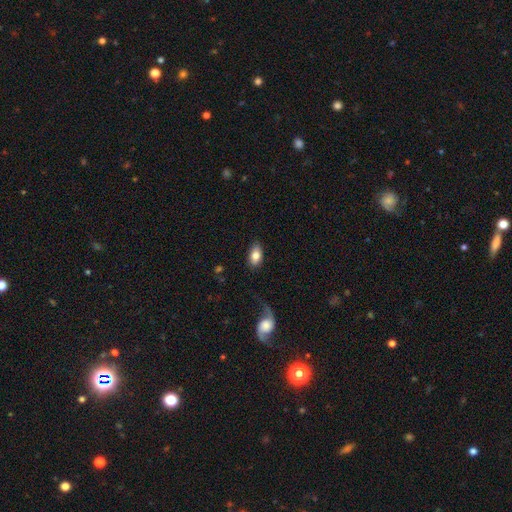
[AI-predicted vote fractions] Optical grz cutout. It shows a smooth galaxy with no disk features (80%) that is in between round and cigar-shaped (92%). Merging: none (83%).